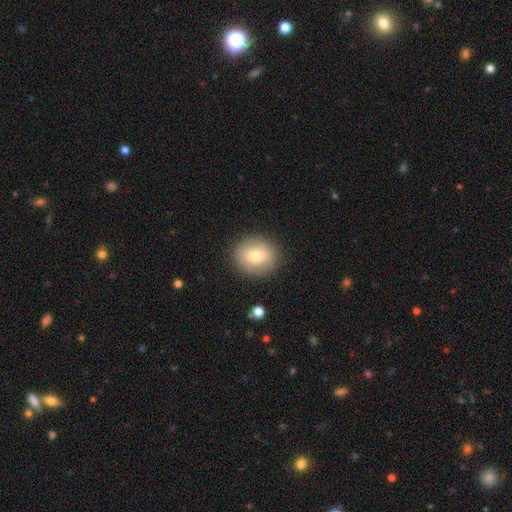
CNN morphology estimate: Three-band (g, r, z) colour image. It shows a smooth galaxy with no disk features (72%) that is round (83%). Merging: none (88%).